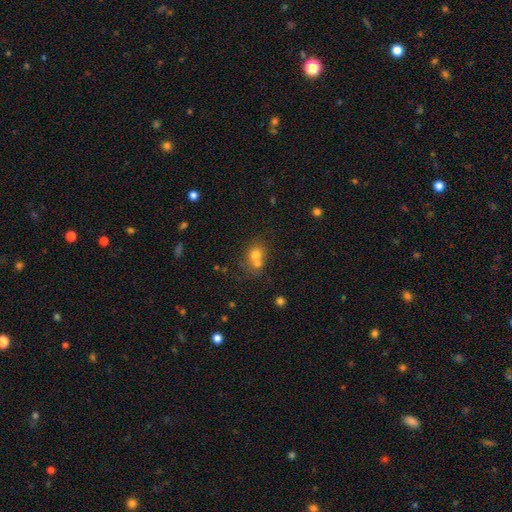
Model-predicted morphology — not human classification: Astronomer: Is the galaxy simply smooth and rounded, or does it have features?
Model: smooth — 70%.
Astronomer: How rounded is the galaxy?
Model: round — 63%.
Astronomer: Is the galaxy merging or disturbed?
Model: merger — 52% (runner-up: none, 36%).